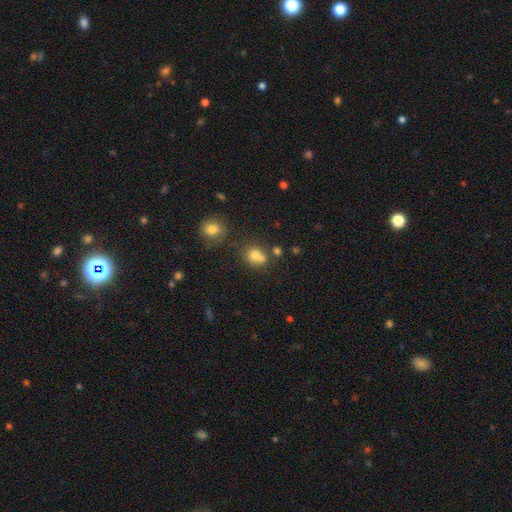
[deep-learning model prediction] This appears to be a smooth galaxy with no disk features (74%) that is round (67%). Merging: merger (42%, tied with none).